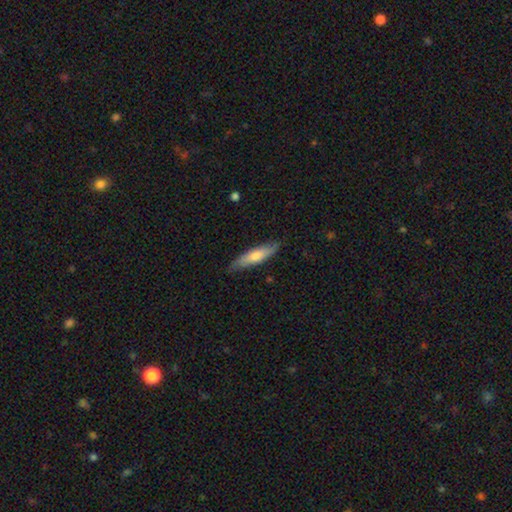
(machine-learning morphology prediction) Smooth or featured? smooth (63%)
How rounded? cigar-shaped (77%)
Merging? none (83%)